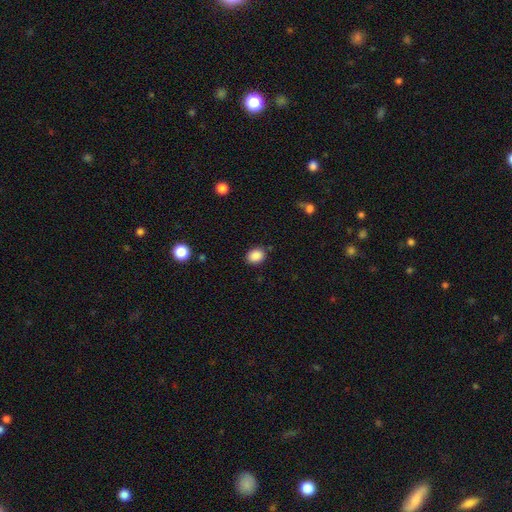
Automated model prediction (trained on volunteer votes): Smooth or featured: smooth — 88% (star or artifact — 9%)
How rounded: in between — 56% (round — 43%)
Merging: none — 83% (minor disturbance — 12%)